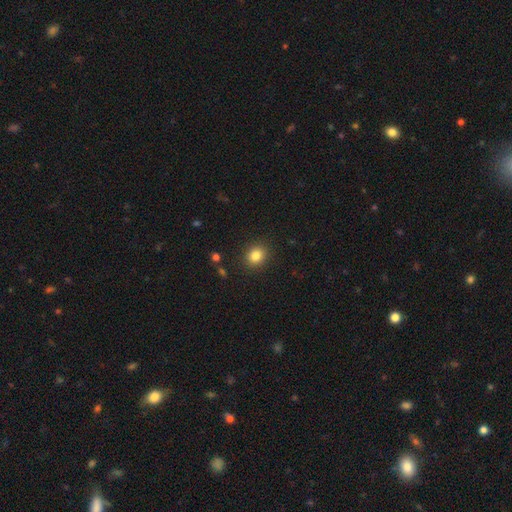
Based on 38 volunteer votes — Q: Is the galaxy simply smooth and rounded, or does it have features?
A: smooth — 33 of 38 (87%).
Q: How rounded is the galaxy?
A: round — 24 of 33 (73%).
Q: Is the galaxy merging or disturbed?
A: none — 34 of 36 (94%).